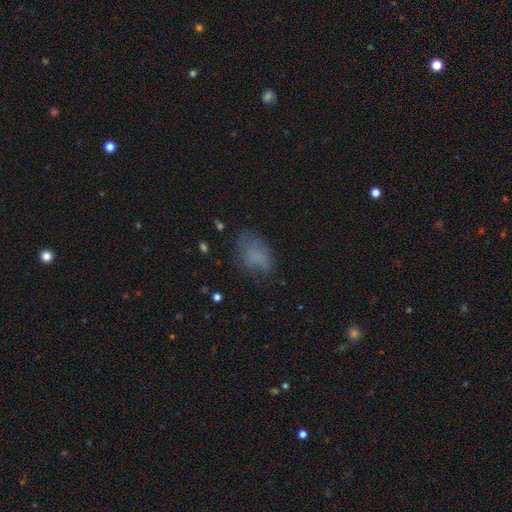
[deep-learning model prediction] Smooth or featured: smooth — 66% (featured or disk — 19%)
How rounded: in between — 83% (round — 15%)
Merging: none — 50% (minor disturbance — 27%)